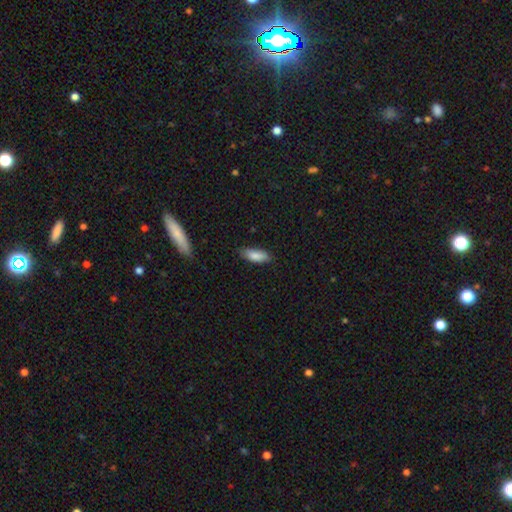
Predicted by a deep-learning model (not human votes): Q: Smooth or featured?
A: smooth (86%); runner-up: featured or disk (8%)
Q: How rounded?
A: in between (70%); runner-up: cigar-shaped (28%)
Q: Merging?
A: none (79%); runner-up: minor disturbance (17%)